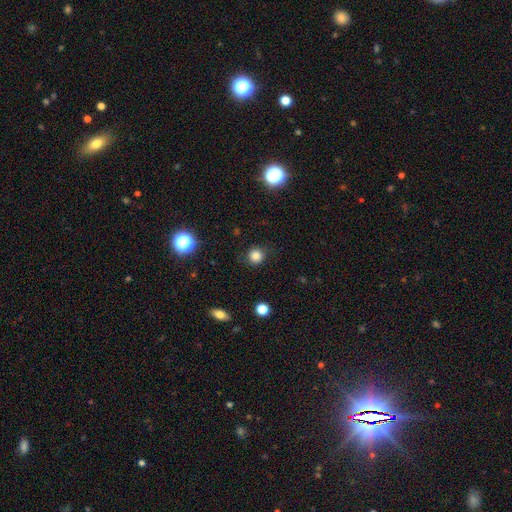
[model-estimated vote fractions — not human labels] Overall: smooth (83%). How rounded: round (91%). Merging: none (85%).